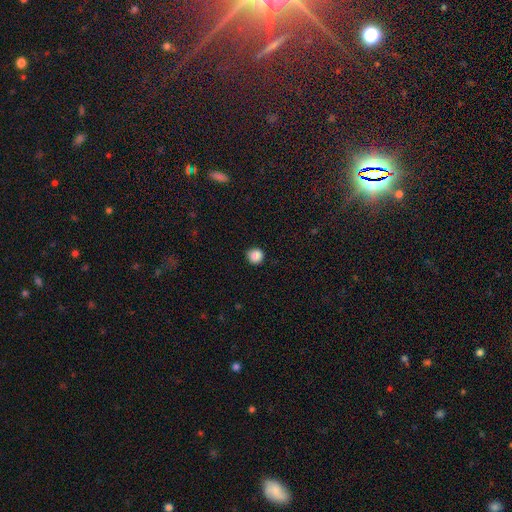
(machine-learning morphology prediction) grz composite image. It shows a smooth galaxy with no disk features (88%) that is round (93%). Merging: none (87%).